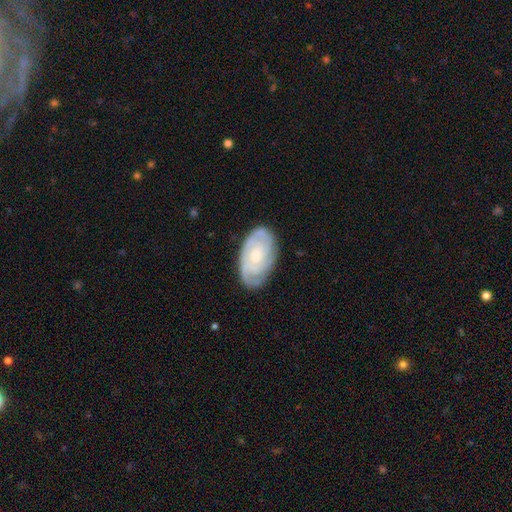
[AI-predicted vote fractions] Smooth or featured? featured or disk (77%)
Edge-on disk? no (96%)
Bar? no (75%)
Spiral arms? yes (94%)
Spiral winding? tight (71%)
Spiral arm count? can't tell (36%)
Bulge size? small (61%)
Merging? none (77%)